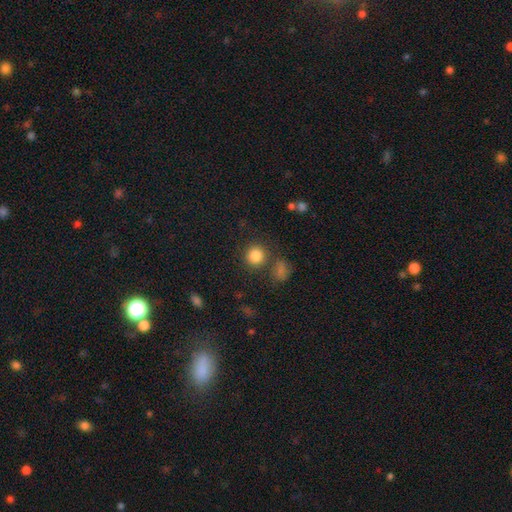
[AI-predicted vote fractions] smooth_or_featured: smooth (p=0.84) [alt: star or artifact p=0.11]
how_rounded: round (p=0.91) [alt: in between p=0.08]
merging: none (p=0.79) [alt: merger p=0.09]